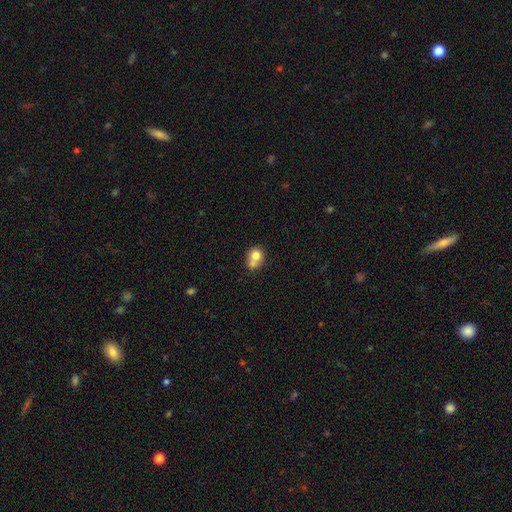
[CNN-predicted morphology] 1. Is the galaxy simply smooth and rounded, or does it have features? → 73% smooth, 17% featured or disk, 10% star or artifact.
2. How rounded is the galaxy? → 68% round, 31% in between, 1% cigar-shaped.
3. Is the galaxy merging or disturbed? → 50% merger, 35% none, 11% minor disturbance, 4% major disturbance.